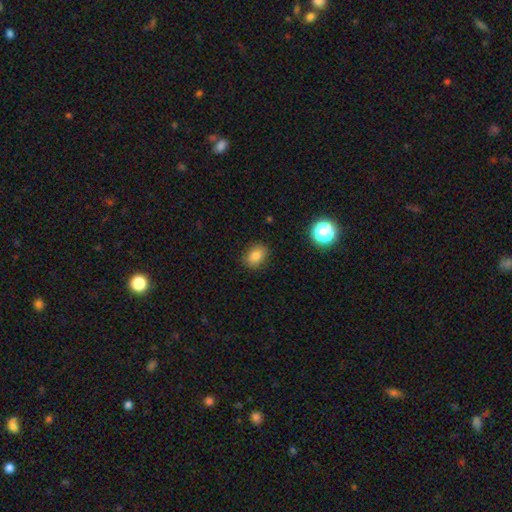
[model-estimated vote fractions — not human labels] smooth_or_featured: smooth (p=0.81) [alt: star or artifact p=0.11]
how_rounded: in between (p=0.63) [alt: round p=0.36]
merging: none (p=0.84) [alt: minor disturbance p=0.12]